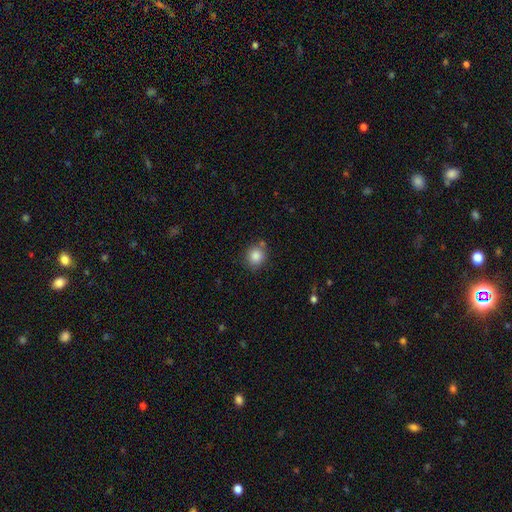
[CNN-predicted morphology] This appears to be a smooth galaxy with no disk features (85%) that is round (80%). Merging: none (77%).